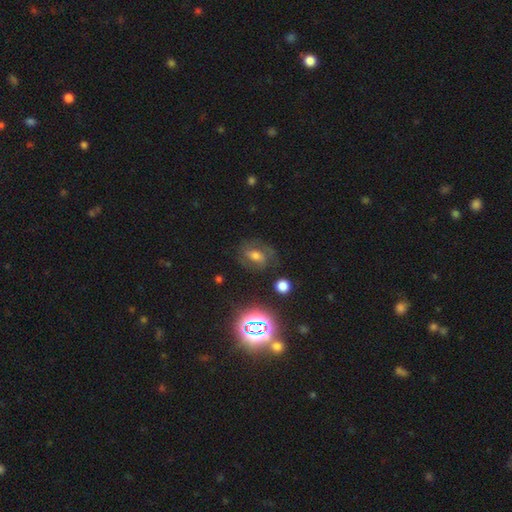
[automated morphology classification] A featured or disk galaxy (51%).

Vote fractions:
- Smooth or featured? featured or disk: 51% / smooth: 30% / star or artifact: 19%
- Edge-on disk? no: 93% / yes: 7%
- Merging? none: 70% / minor disturbance: 17% / major disturbance: 11% / merger: 2%